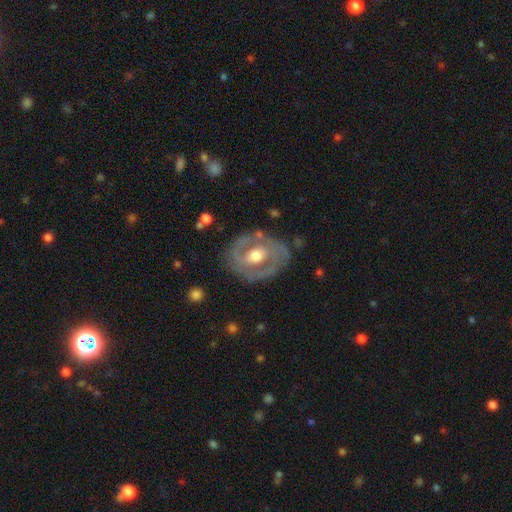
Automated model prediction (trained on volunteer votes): Smooth or featured? featured or disk (80%)
Edge-on disk? no (96%)
Bar? no (54%)
Spiral arms? yes (70%)
Spiral winding? tight (50%)
Spiral arm count? 2 (66%)
Bulge size? moderate (71%)
Merging? none (74%)